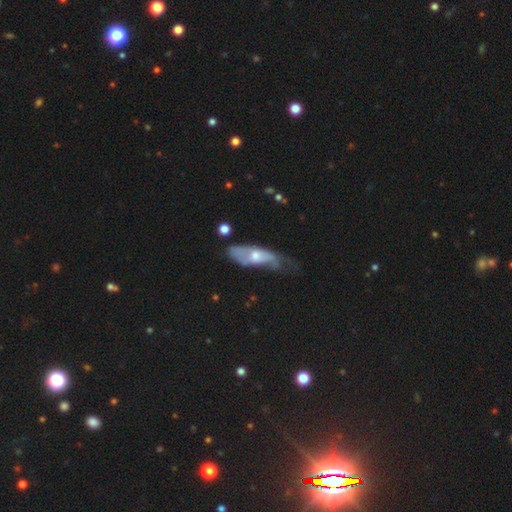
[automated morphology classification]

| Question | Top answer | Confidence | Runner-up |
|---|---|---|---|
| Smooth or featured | featured or disk | 53% | smooth (40%) |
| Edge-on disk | no | 75% | yes (25%) |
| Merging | minor disturbance | 35% | none (32%) |